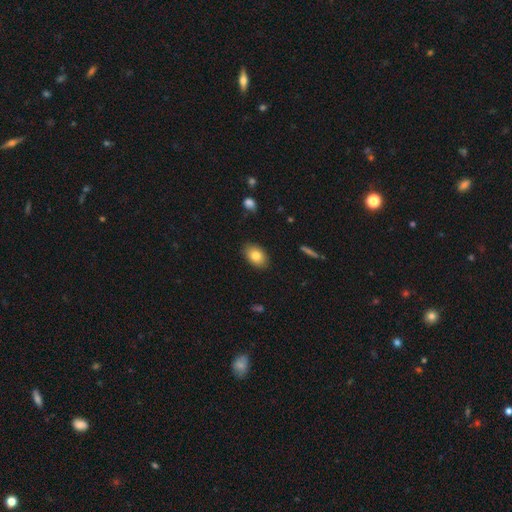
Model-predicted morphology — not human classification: Overall: smooth (81%). How rounded: in between (86%). Merging: none (86%).